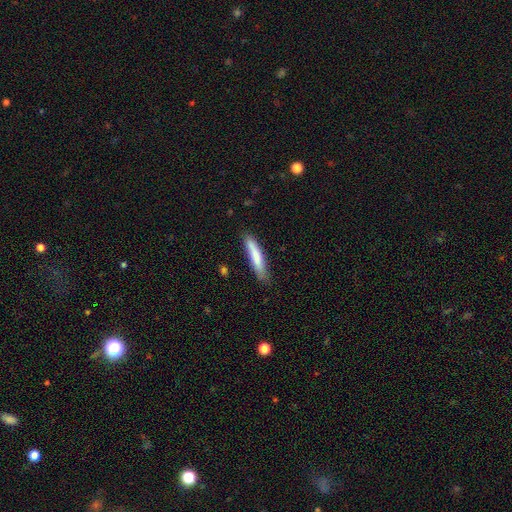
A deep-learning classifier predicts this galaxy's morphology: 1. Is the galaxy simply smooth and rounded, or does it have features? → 77% smooth, 17% featured or disk, 6% star or artifact.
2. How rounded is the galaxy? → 89% cigar-shaped, 10% in between, 1% round.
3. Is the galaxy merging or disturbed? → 79% none, 16% minor disturbance, 3% major disturbance, 2% merger.